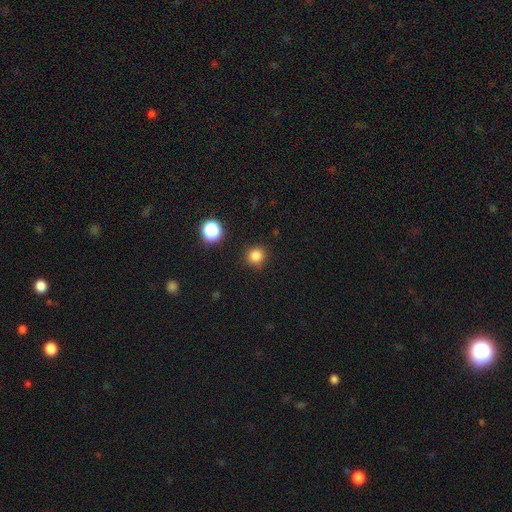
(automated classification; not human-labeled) A smooth galaxy with no disk features (82%) that is round (92%).

Vote fractions:
- Smooth or featured? smooth: 82% / star or artifact: 14% / featured or disk: 4%
- How rounded? round: 92% / in between: 7% / cigar-shaped: 1%
- Merging? none: 90% / minor disturbance: 6% / major disturbance: 2% / merger: 1%